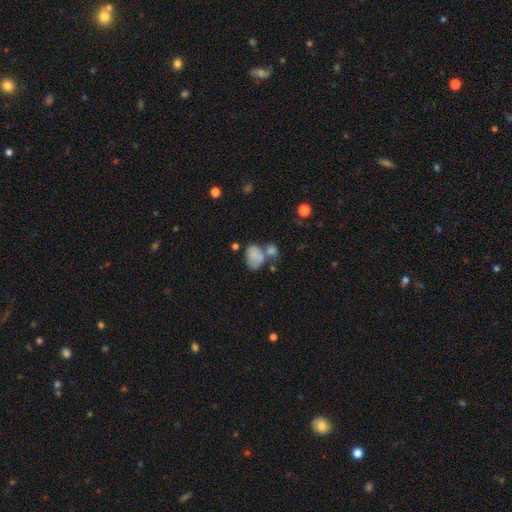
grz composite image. It shows a smooth galaxy with no disk features (79%) that is in between round and cigar-shaped (68%). Merging: merger (47%).